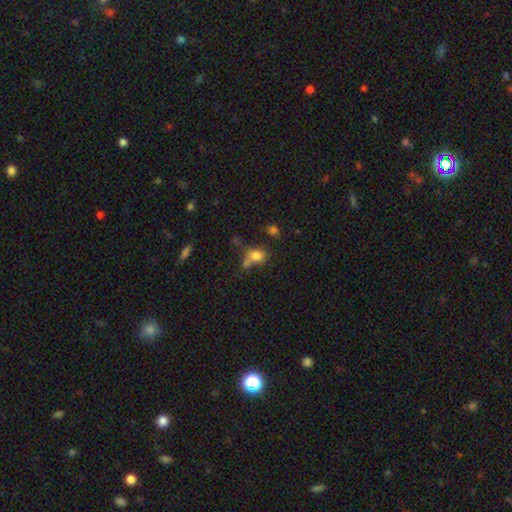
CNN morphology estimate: This appears to be a smooth galaxy with no disk features (79%) that is round (54%). Merging: none (45%).